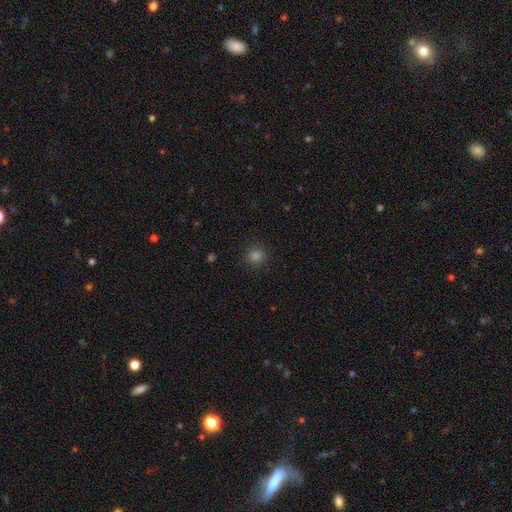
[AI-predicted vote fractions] The model was most divided on "smooth or featured": smooth: 80%, star or artifact: 17%, featured or disk: 4%. More confident: merging — none (90%); how rounded — round (89%).